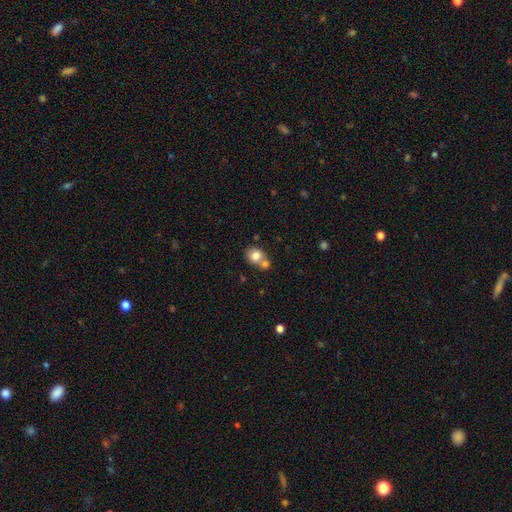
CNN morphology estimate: smooth-or-featured: smooth: 78% | featured or disk: 12% | star or artifact: 9%
  how-rounded: round: 66% | in between: 33% | cigar-shaped: 1%
  merging: merger: 49% | none: 38% | minor disturbance: 9% | major disturbance: 3%